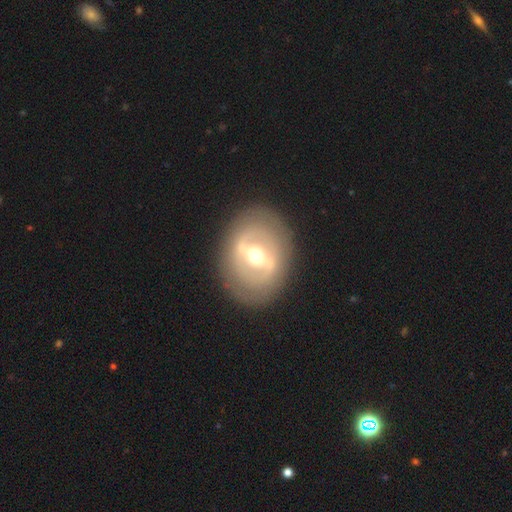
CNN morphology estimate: A featured or disk galaxy (76%) with a strong bar (57%), spiral arms (50%, tied with no) and a moderate central bulge (70%). Merging: none (85%).